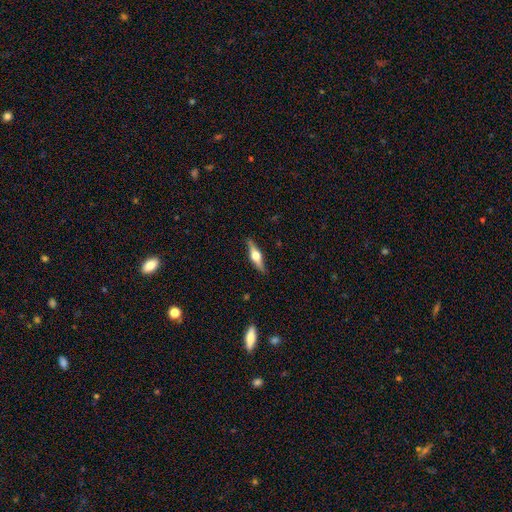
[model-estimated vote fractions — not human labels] Smooth or featured? featured or disk (68%)
Edge-on disk? yes (96%)
Edge-on bulge? rounded (95%)
Merging? none (88%)